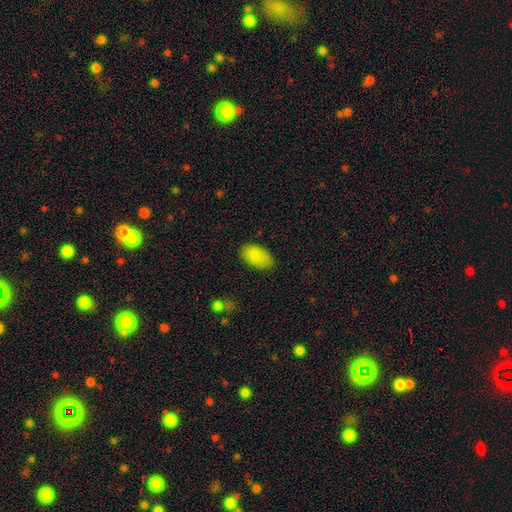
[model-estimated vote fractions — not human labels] This is clearly a smooth galaxy (88%). How rounded: clearly in between (94%). Merging: clearly none (82%).